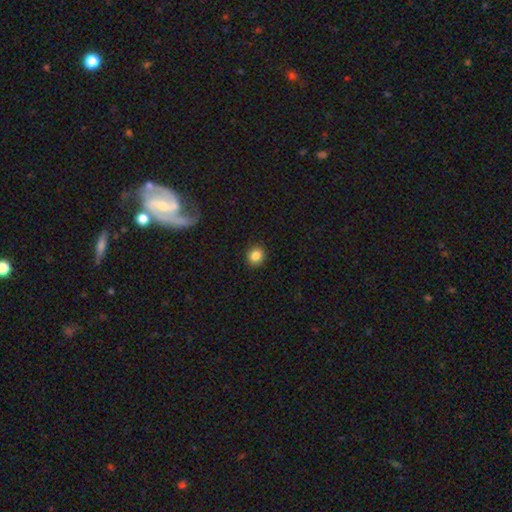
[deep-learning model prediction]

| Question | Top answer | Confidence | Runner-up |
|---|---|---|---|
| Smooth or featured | smooth | 85% | star or artifact (10%) |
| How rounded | round | 81% | in between (18%) |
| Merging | none | 90% | minor disturbance (7%) |